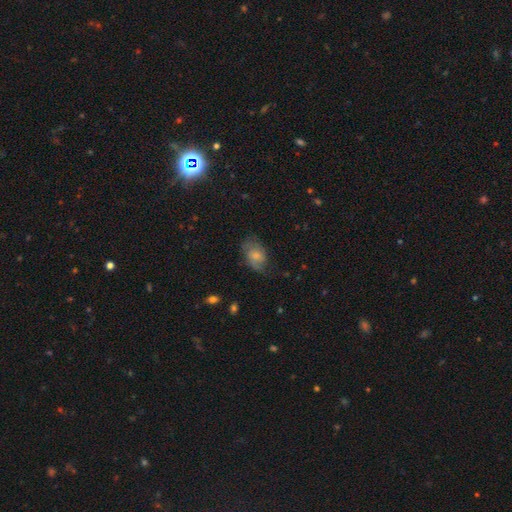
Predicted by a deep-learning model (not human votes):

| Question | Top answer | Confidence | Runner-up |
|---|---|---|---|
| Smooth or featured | smooth | 62% | featured or disk (29%) |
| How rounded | in between | 86% | round (13%) |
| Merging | none | 55% | minor disturbance (29%) |